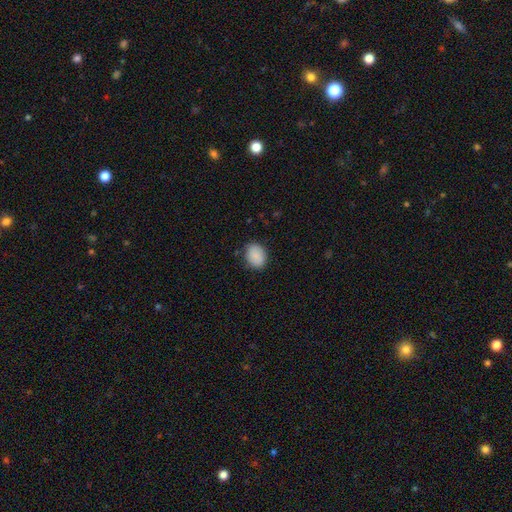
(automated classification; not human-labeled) Smooth or featured?
  - smooth: 89% *
  - star or artifact: 7%
  - featured or disk: 4%
How rounded?
  - in between: 65% *
  - round: 34%
  - cigar-shaped: 1%
Merging?
  - none: 83% *
  - minor disturbance: 13%
  - major disturbance: 3%
  - merger: 1%